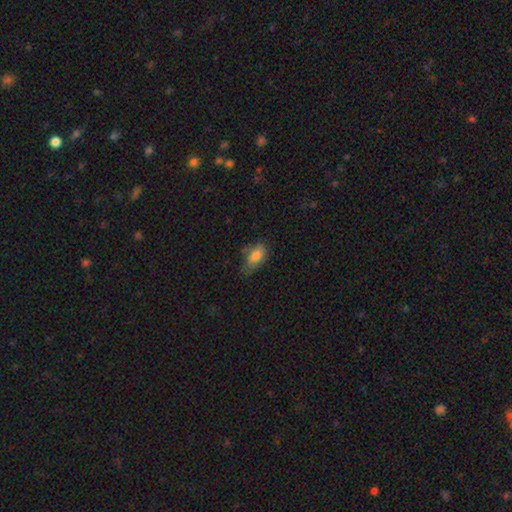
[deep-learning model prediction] The model was most divided on "merging": none: 46%, minor disturbance: 37%, major disturbance: 15%, merger: 3%. More confident: how rounded — in between (87%); smooth or featured — smooth (77%).